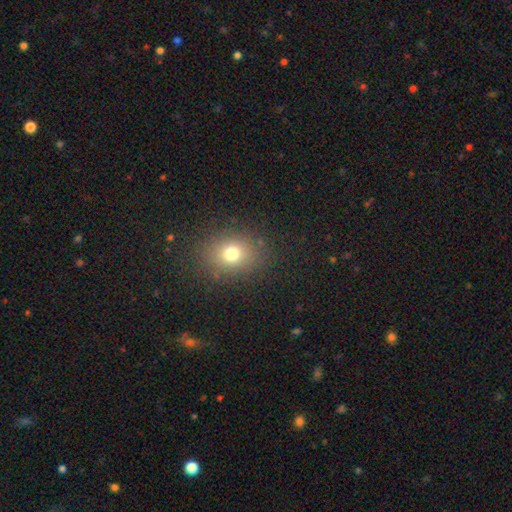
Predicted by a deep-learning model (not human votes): smooth_or_featured: smooth (p=0.70) [alt: star or artifact p=0.20]
how_rounded: round (p=0.50) [alt: in between p=0.49]
merging: none (p=0.89) [alt: minor disturbance p=0.07]